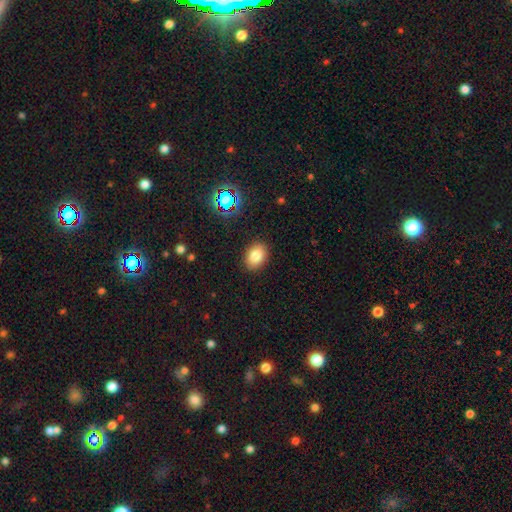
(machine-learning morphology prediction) smooth 82%, star or artifact 11%, featured or disk 7%. Down the decision tree: how rounded — in between (73%); merging — none (88%).